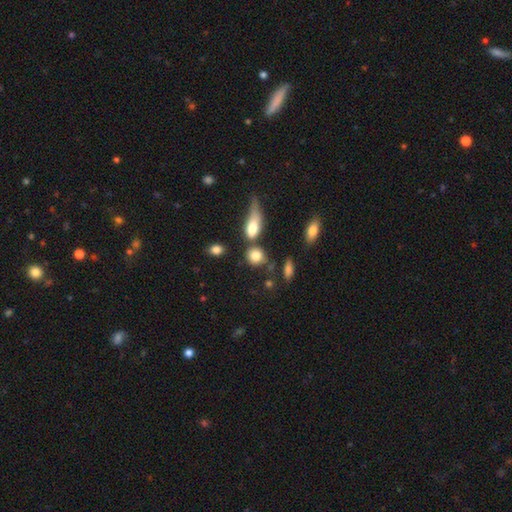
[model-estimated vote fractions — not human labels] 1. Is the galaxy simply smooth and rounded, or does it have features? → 81% smooth, 9% star or artifact, 9% featured or disk.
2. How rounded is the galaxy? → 67% round, 28% in between, 4% cigar-shaped.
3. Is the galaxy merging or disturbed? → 50% none, 23% merger, 17% minor disturbance, 9% major disturbance.